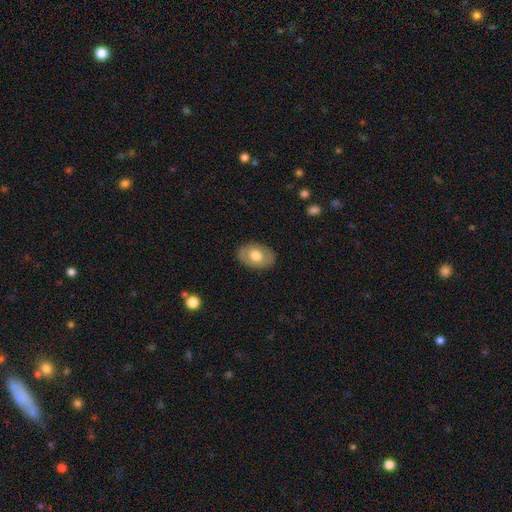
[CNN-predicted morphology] A smooth galaxy with no disk features (65%) that is in between round and cigar-shaped (83%). Merging: none (85%).